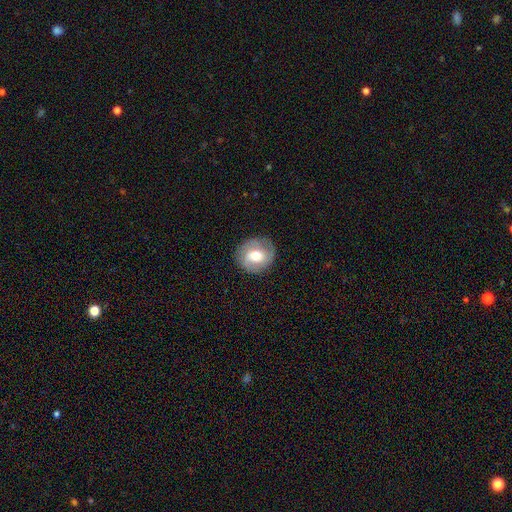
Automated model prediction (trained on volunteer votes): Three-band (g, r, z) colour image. It shows a smooth galaxy with no disk features (50%) that is round (82%). Merging: none (84%).